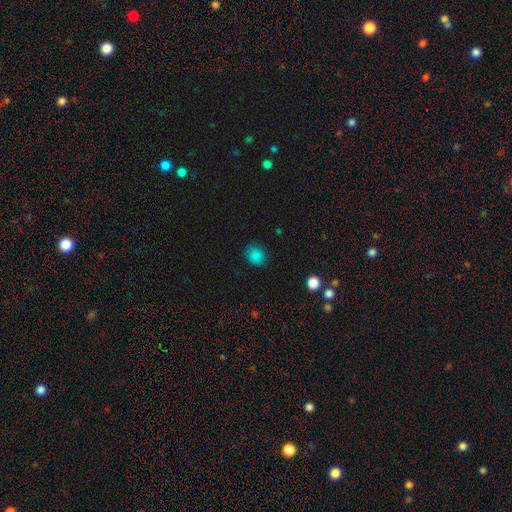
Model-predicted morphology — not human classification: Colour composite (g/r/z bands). It shows a smooth galaxy with no disk features (84%) that is round (65%). Merging: none (84%).